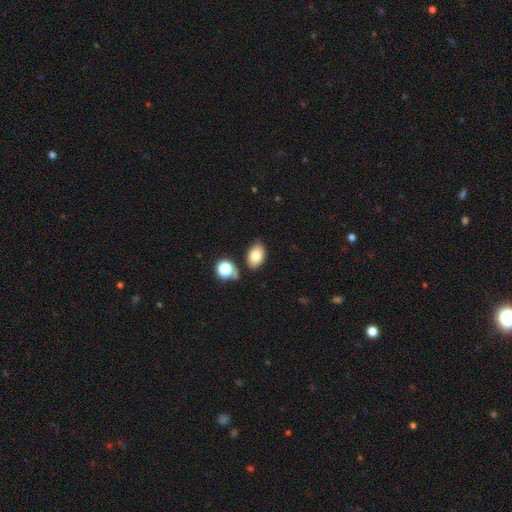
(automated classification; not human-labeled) Q: Smooth or featured?
A: smooth (80%); runner-up: featured or disk (11%)
Q: How rounded?
A: in between (86%); runner-up: round (13%)
Q: Merging?
A: none (74%); runner-up: minor disturbance (15%)